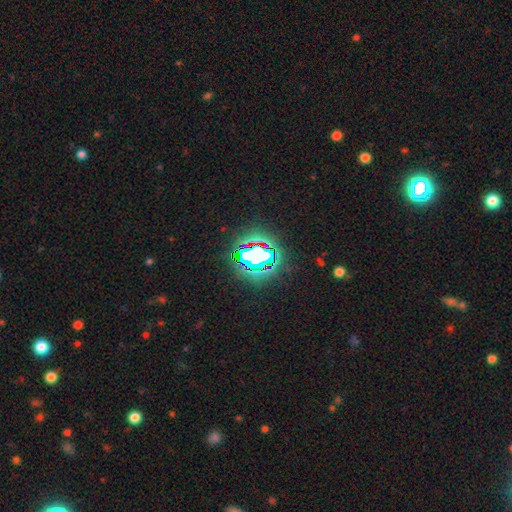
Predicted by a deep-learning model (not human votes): The model was most divided on "smooth or featured": star or artifact: 67%, smooth: 19%, featured or disk: 13%.